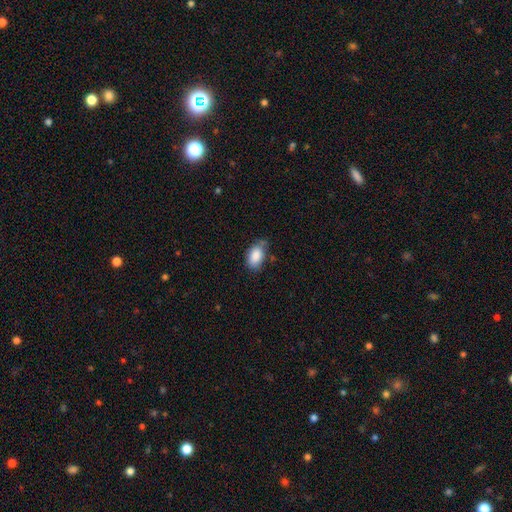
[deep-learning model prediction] A smooth galaxy with no disk features (87%) that is in between round and cigar-shaped (90%).

Vote fractions:
- Smooth or featured? smooth: 87% / star or artifact: 7% / featured or disk: 6%
- How rounded? in between: 90% / round: 8% / cigar-shaped: 2%
- Merging? none: 60% / minor disturbance: 31% / major disturbance: 6% / merger: 3%